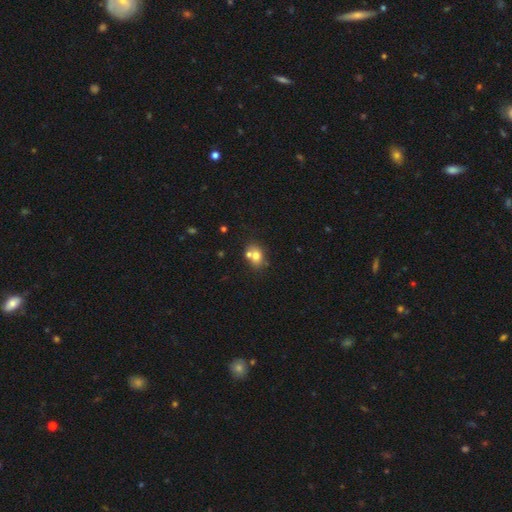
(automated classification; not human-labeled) Smooth or featured? Predicted: smooth (p=0.71). How rounded? Predicted: in between (p=0.55). Merging? Predicted: none (p=0.46).